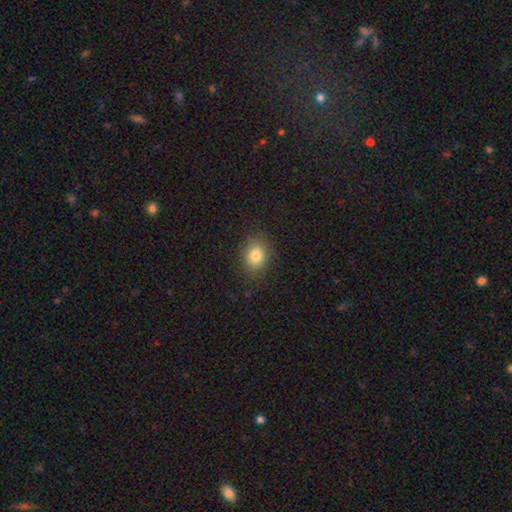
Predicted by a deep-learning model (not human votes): The model was most divided on "how rounded": in between: 51%, round: 48%, cigar-shaped: 1%. More confident: merging — none (84%); smooth or featured — smooth (81%).